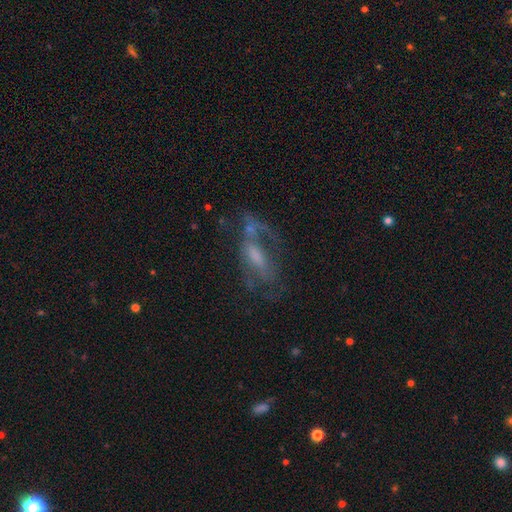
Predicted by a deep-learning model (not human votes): Morphology: type=featured or disk (66%); edge-on=no (88%); bar=weak (40%); spiral arms=yes (66%); bulge=moderate (36%); merging=none (40%).